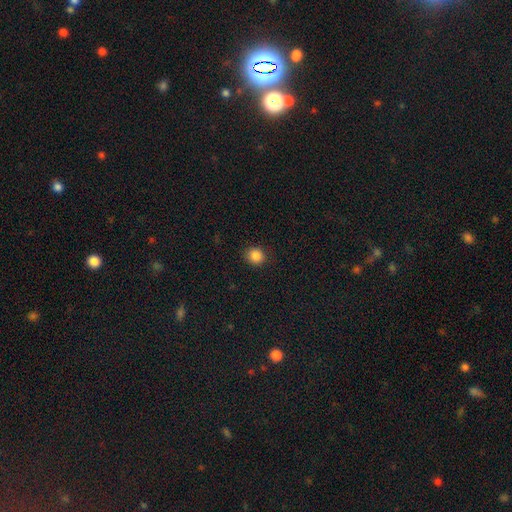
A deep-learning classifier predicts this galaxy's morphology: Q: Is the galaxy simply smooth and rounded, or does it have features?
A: smooth — 86%.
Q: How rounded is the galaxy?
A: round — 81%.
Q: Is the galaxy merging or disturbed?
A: none — 88%.